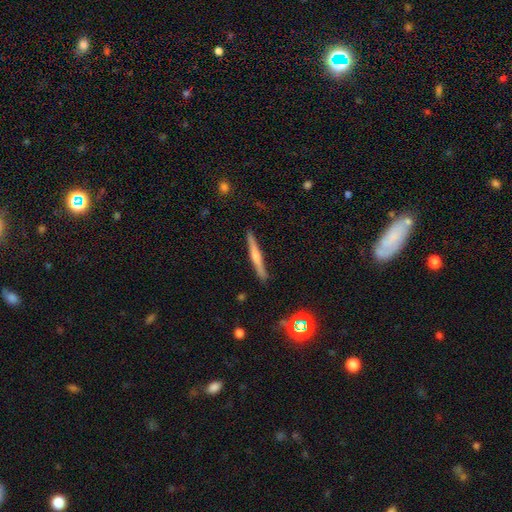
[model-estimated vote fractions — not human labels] featured or disk 59%, smooth 33%, star or artifact 8%. Down the decision tree: edge-on disk — yes (98%); edge-on bulge — rounded (68%); merging — none (90%).